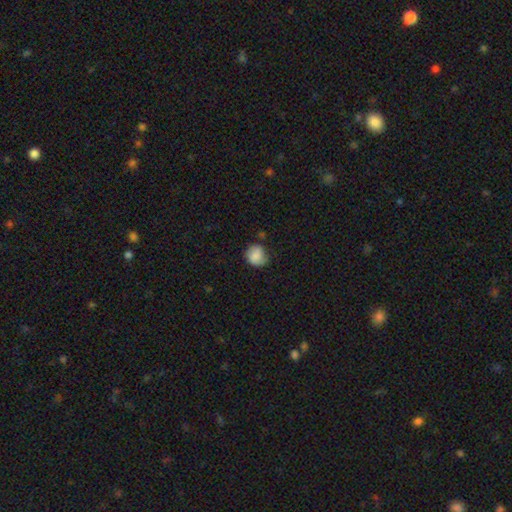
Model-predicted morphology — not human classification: Smooth or featured?
  - smooth: 80% *
  - featured or disk: 12%
  - star or artifact: 8%
How rounded?
  - round: 75% *
  - in between: 24%
  - cigar-shaped: 1%
Merging?
  - none: 66% *
  - minor disturbance: 25%
  - major disturbance: 6%
  - merger: 3%